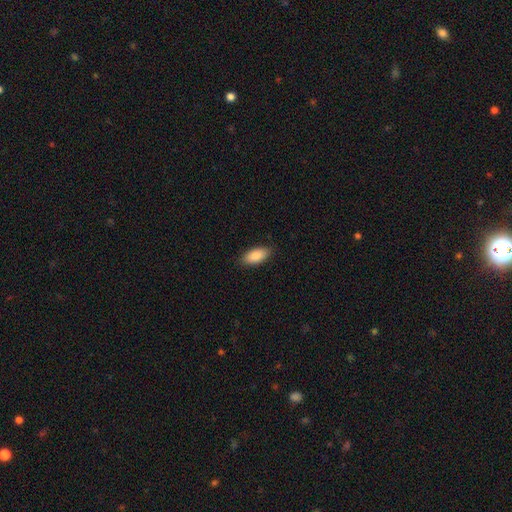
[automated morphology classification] A smooth galaxy with no disk features (89%) that is in between round and cigar-shaped (89%).

Vote fractions:
- Smooth or featured? smooth: 89% / star or artifact: 6% / featured or disk: 5%
- How rounded? in between: 89% / cigar-shaped: 9% / round: 2%
- Merging? none: 87% / minor disturbance: 10% / major disturbance: 2% / merger: 1%